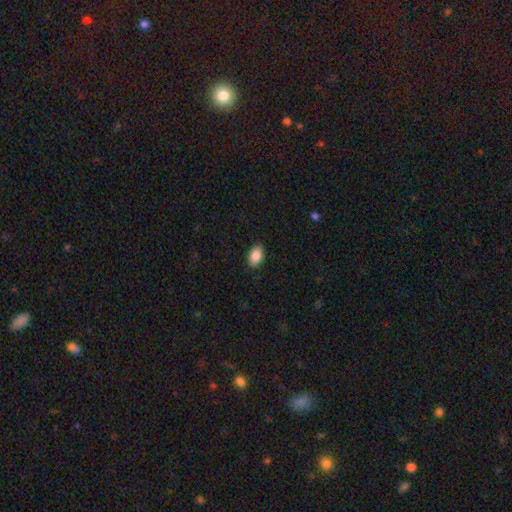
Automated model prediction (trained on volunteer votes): The model was most divided on "merging": none: 86%, minor disturbance: 10%, major disturbance: 2%, merger: 1%. More confident: how rounded — in between (89%); smooth or featured — smooth (88%).